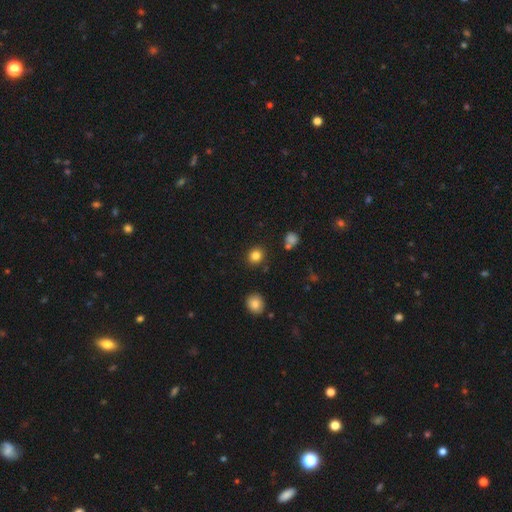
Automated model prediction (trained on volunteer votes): Smooth or featured?
  - smooth: 83% *
  - star or artifact: 12%
  - featured or disk: 5%
How rounded?
  - round: 83% *
  - in between: 16%
  - cigar-shaped: 1%
Merging?
  - none: 88% *
  - minor disturbance: 7%
  - merger: 3%
  - major disturbance: 2%